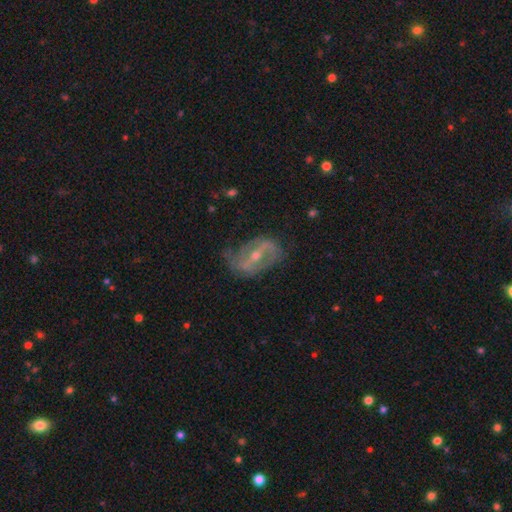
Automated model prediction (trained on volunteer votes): featured or disk 82%, smooth 11%, star or artifact 7%. Down the decision tree: edge-on disk — no (94%); bar — strong (50%); spiral arms — yes (84%); spiral arm count — 2 (80%); spiral winding — medium (41%); bulge size — small (51%); merging — none (62%).